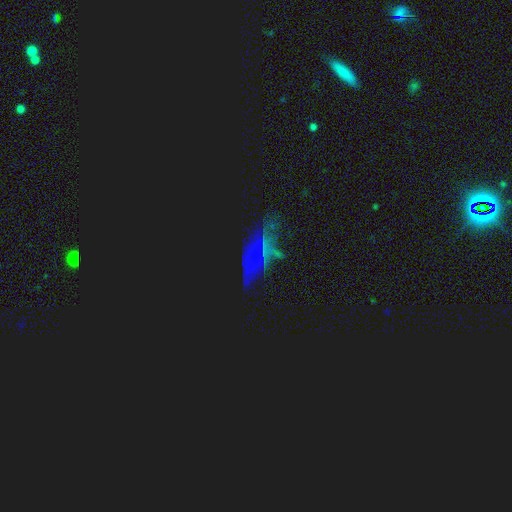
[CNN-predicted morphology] star or artifact 57%, featured or disk 23%, smooth 20%.